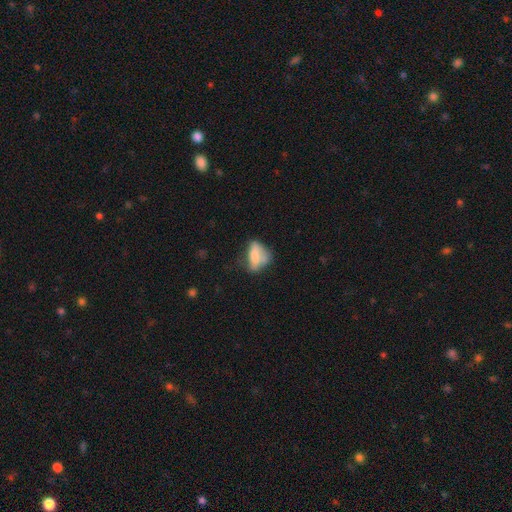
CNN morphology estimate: Q: Smooth or featured?
A: smooth (62%); runner-up: featured or disk (28%)
Q: How rounded?
A: in between (81%); runner-up: round (11%)
Q: Merging?
A: none (30%); runner-up: major disturbance (26%)